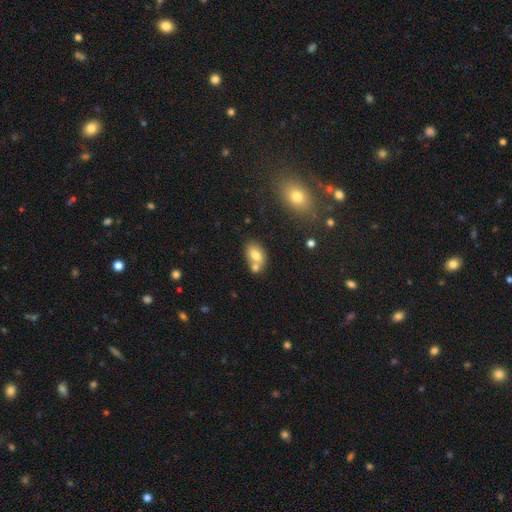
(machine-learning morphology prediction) Smooth or featured? Predicted: smooth (p=0.71). How rounded? Predicted: in between (p=0.82). Merging? Predicted: none (p=0.44).